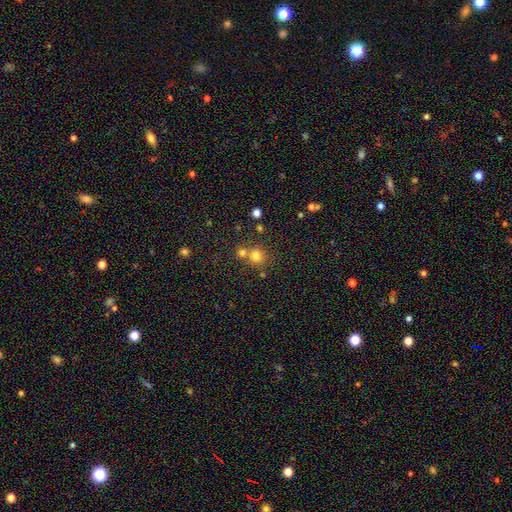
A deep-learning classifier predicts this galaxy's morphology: smooth-or-featured: smooth: 75% | star or artifact: 16% | featured or disk: 9%
  how-rounded: round: 88% | in between: 11% | cigar-shaped: 1%
  merging: none: 55% | merger: 35% | minor disturbance: 7% | major disturbance: 3%